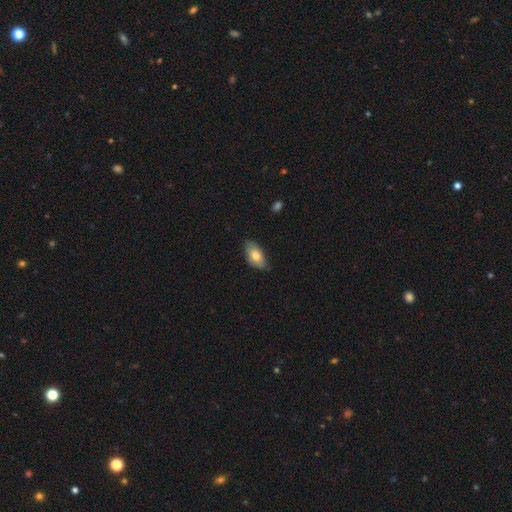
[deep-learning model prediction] This is likely a smooth galaxy (75%). How rounded: clearly in between (93%). Merging: likely none (78%).